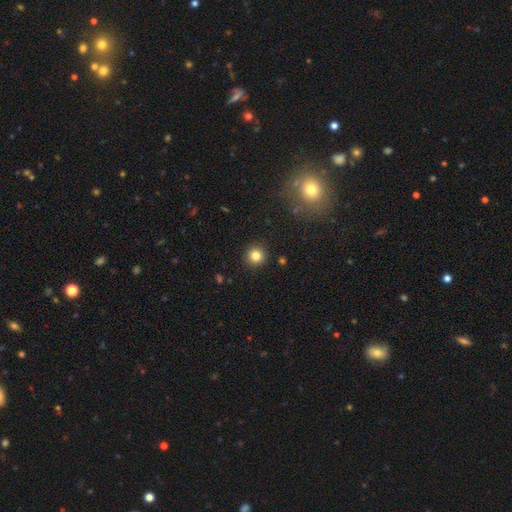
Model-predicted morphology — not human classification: Smooth or featured?
  - smooth: 82% *
  - star or artifact: 12%
  - featured or disk: 5%
How rounded?
  - round: 94% *
  - in between: 5%
  - cigar-shaped: 1%
Merging?
  - none: 91% *
  - minor disturbance: 5%
  - major disturbance: 2%
  - merger: 1%